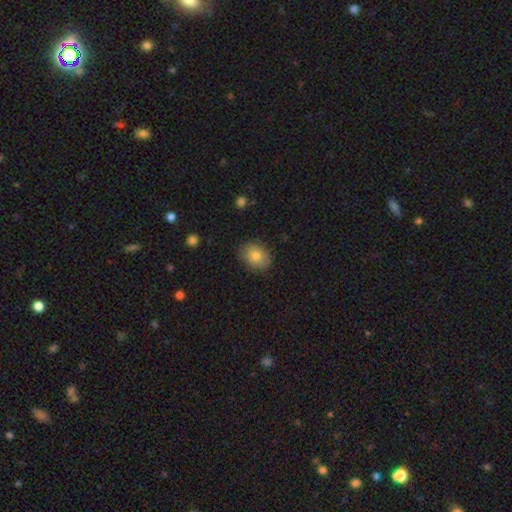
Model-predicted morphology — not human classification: Smooth or featured?
  - smooth: 81% *
  - featured or disk: 12%
  - star or artifact: 7%
How rounded?
  - in between: 68% *
  - round: 31%
  - cigar-shaped: 1%
Merging?
  - none: 80% *
  - minor disturbance: 16%
  - major disturbance: 3%
  - merger: 1%